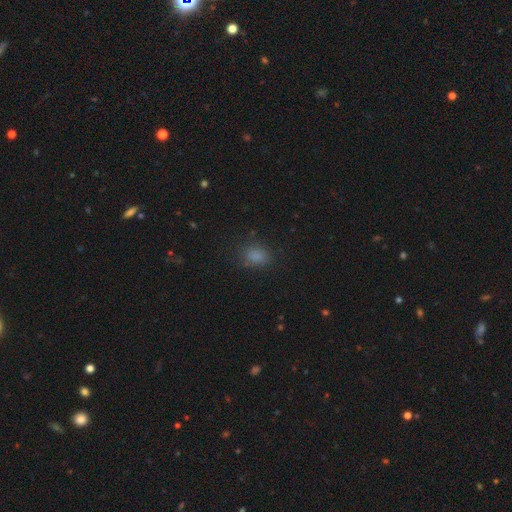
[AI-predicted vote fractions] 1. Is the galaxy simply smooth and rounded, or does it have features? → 81% smooth, 14% star or artifact, 5% featured or disk.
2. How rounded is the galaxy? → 64% in between, 35% round, 1% cigar-shaped.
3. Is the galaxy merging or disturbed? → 79% none, 14% minor disturbance, 6% major disturbance, 1% merger.